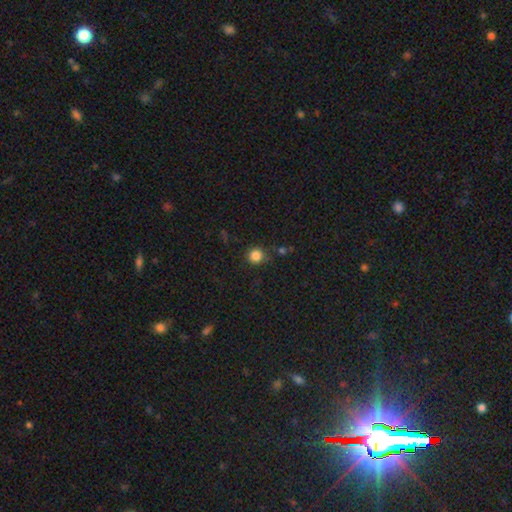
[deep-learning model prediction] smooth-or-featured: smooth: 84% | star or artifact: 12% | featured or disk: 4%
  how-rounded: round: 93% | in between: 6% | cigar-shaped: 1%
  merging: none: 81% | minor disturbance: 11% | merger: 4% | major disturbance: 4%